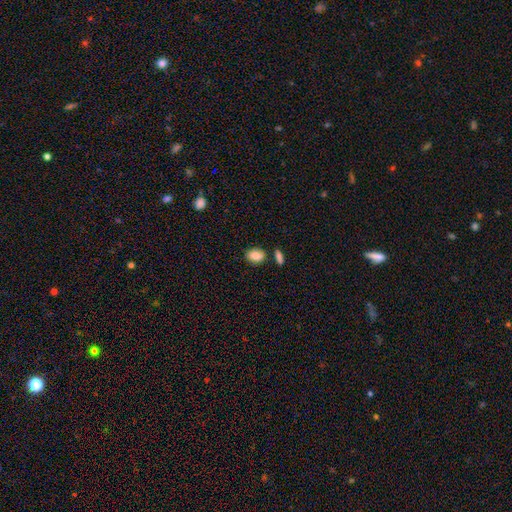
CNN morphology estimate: Overall: smooth (86%). How rounded: in between (75%). Merging: none (74%).